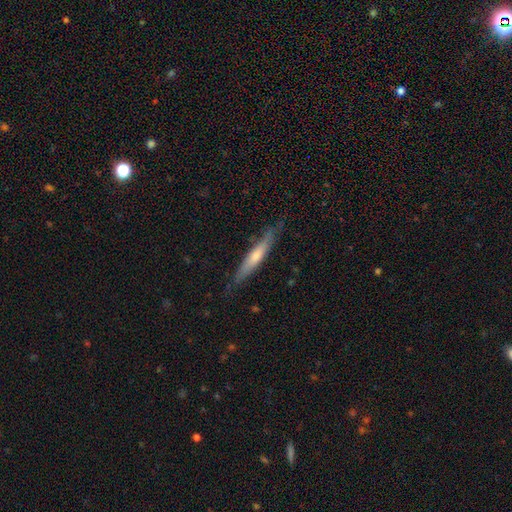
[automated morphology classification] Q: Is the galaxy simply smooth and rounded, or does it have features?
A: featured or disk — 49%.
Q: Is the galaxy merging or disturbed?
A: none — 79%.